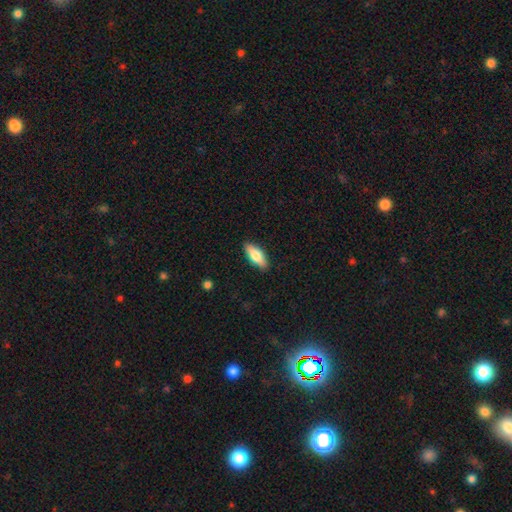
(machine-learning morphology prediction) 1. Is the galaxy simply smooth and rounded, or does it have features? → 74% smooth, 20% featured or disk, 6% star or artifact.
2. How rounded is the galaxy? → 74% in between, 23% cigar-shaped, 2% round.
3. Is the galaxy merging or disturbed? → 88% none, 9% minor disturbance, 2% major disturbance, 1% merger.